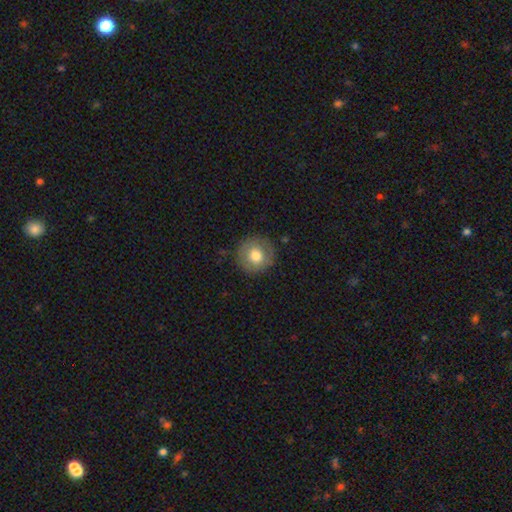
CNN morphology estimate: Smooth or featured? Predicted: smooth (p=0.72). How rounded? Predicted: round (p=0.95). Merging? Predicted: none (p=0.85).